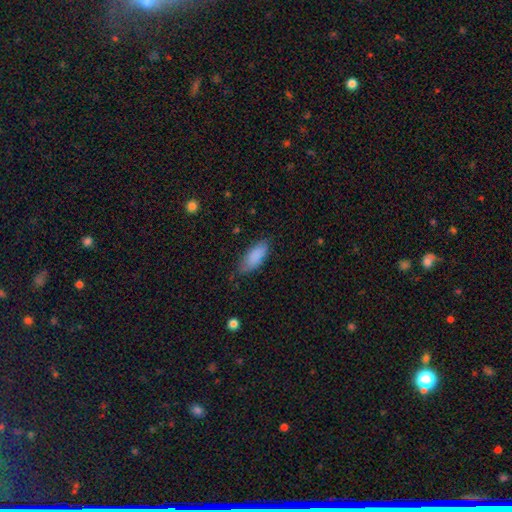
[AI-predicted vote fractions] smooth_or_featured: smooth (p=0.85) [alt: featured or disk p=0.08]
how_rounded: in between (p=0.82) [alt: cigar-shaped p=0.17]
merging: none (p=0.69) [alt: minor disturbance p=0.24]